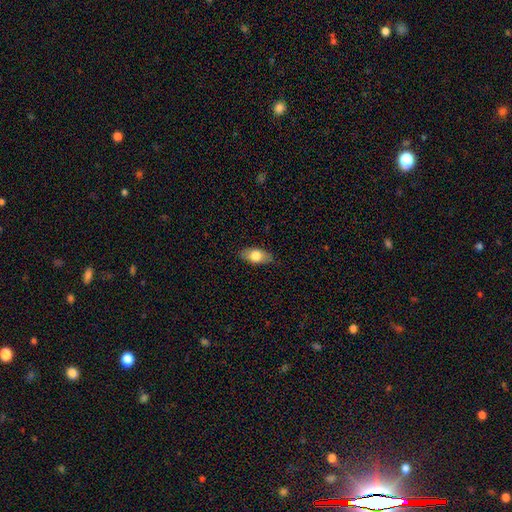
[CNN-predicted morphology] smooth_or_featured: smooth (p=0.74) [alt: featured or disk p=0.19]
how_rounded: in between (p=0.87) [alt: cigar-shaped p=0.08]
merging: none (p=0.85) [alt: minor disturbance p=0.12]